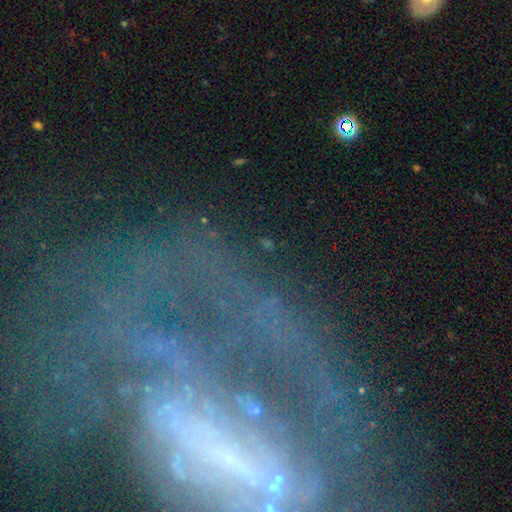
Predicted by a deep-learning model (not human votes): Smooth or featured: featured or disk — 72% (star or artifact — 16%)
Edge-on disk: no — 91% (yes — 9%)
Bar: strong — 36% (no — 34%)
Spiral arms: yes — 74% (no — 26%)
Bulge size: small — 44% (none — 24%)
Merging: none — 57% (major disturbance — 22%)